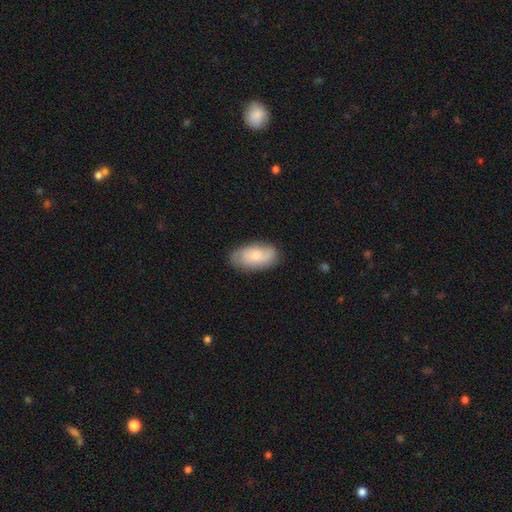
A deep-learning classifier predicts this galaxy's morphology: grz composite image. It shows a smooth galaxy with no disk features (62%) that is in between round and cigar-shaped (93%). Merging: none (79%).